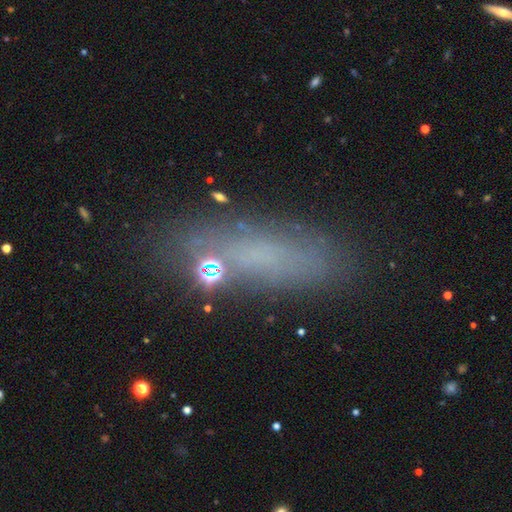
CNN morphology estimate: This is possibly a smooth galaxy (59%). How rounded: possibly cigar-shaped (48%). Merging: likely none (71%).